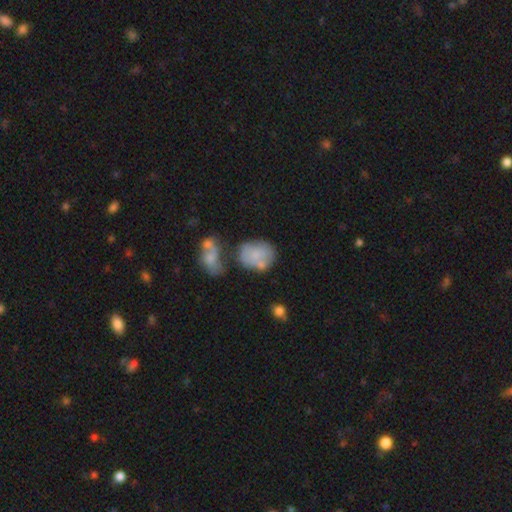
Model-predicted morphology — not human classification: type=smooth (65%); roundness=in between (51%); merging=none (37%).